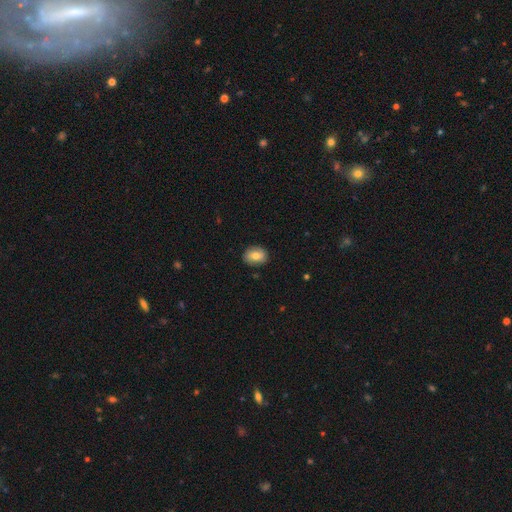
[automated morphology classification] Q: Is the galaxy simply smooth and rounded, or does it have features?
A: smooth — 75%.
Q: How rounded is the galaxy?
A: in between — 59%.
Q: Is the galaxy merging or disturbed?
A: none — 85%.